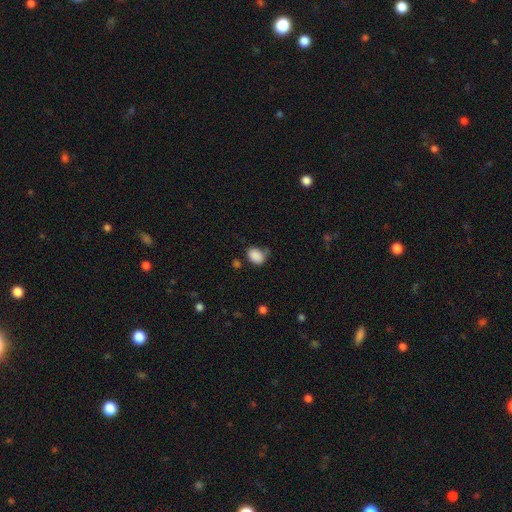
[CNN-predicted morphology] smooth 87%, star or artifact 9%, featured or disk 4%. Down the decision tree: how rounded — in between (73%); merging — none (61%).